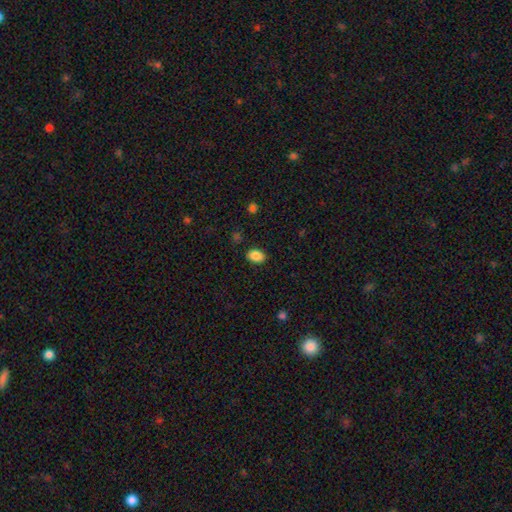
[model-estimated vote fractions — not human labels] A smooth galaxy with no disk features (87%) that is in between round and cigar-shaped (84%). Merging: none (88%).